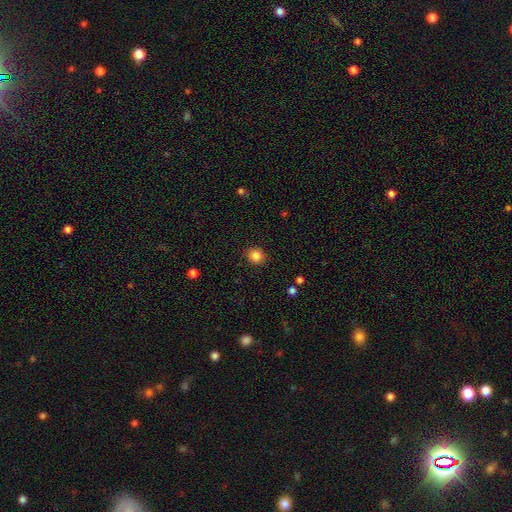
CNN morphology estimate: A smooth galaxy with no disk features (86%) that is round (81%). Merging: none (90%).